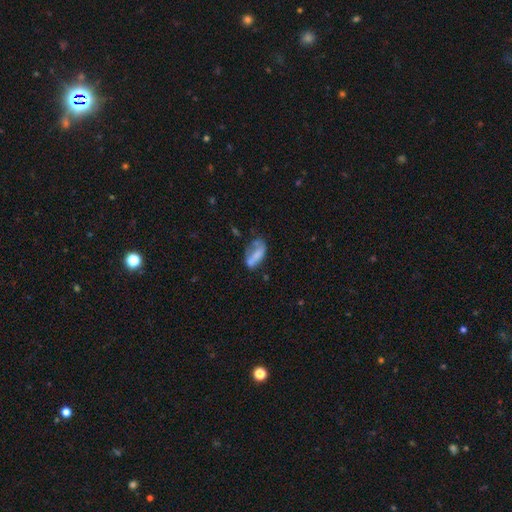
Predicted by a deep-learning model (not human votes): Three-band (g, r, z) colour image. It shows a smooth galaxy with no disk features (61%) that is in between round and cigar-shaped (84%). Merging: none (34%).